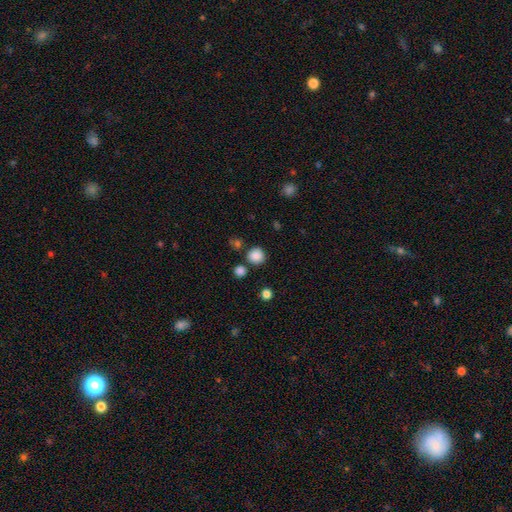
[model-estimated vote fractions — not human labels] Smooth or featured? smooth (85%)
How rounded? round (92%)
Merging? none (82%)